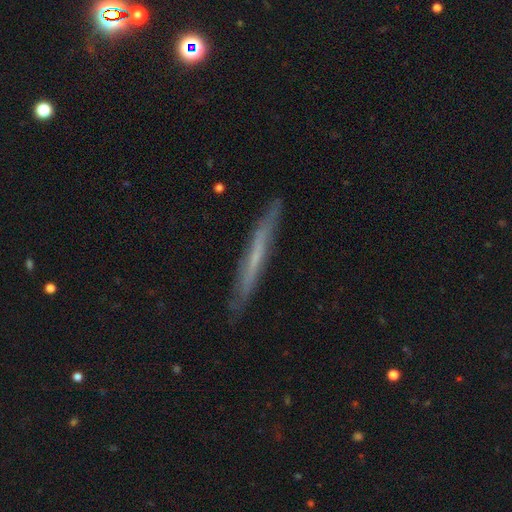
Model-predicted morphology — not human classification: Smooth or featured: featured or disk — 55% (smooth — 38%)
Edge-on disk: yes — 91% (no — 9%)
Merging: none — 85% (minor disturbance — 11%)